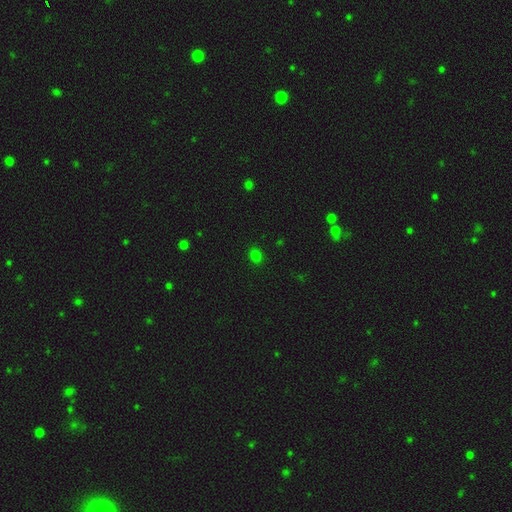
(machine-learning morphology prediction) This is likely a smooth galaxy (78%). How rounded: likely round (60%). Merging: clearly none (89%).